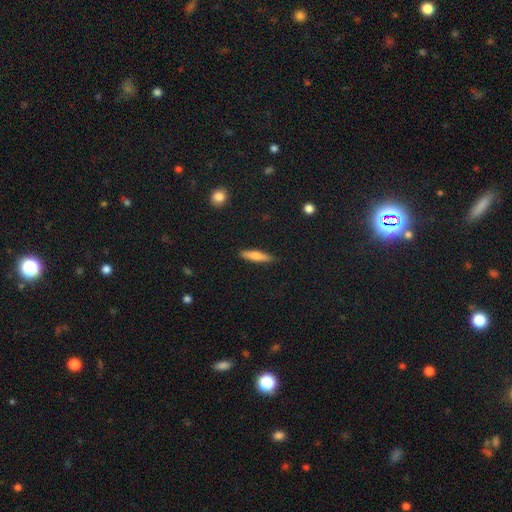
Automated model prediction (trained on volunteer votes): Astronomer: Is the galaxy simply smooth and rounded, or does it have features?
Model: smooth — 67%.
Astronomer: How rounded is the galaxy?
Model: cigar-shaped — 82%.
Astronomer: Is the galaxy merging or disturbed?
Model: none — 88%.